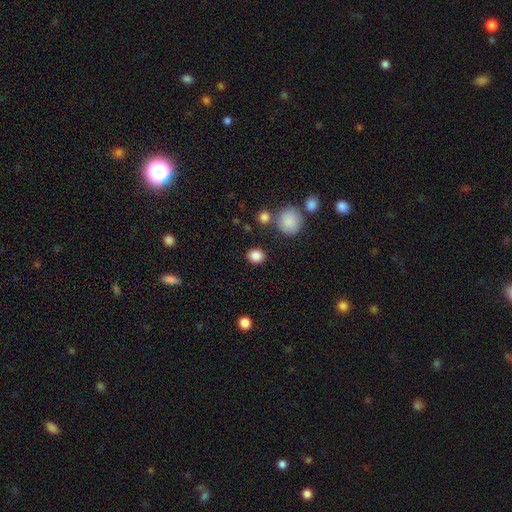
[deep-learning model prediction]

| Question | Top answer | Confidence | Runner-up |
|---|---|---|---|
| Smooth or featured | smooth | 86% | star or artifact (10%) |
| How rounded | round | 72% | in between (27%) |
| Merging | none | 85% | minor disturbance (8%) |